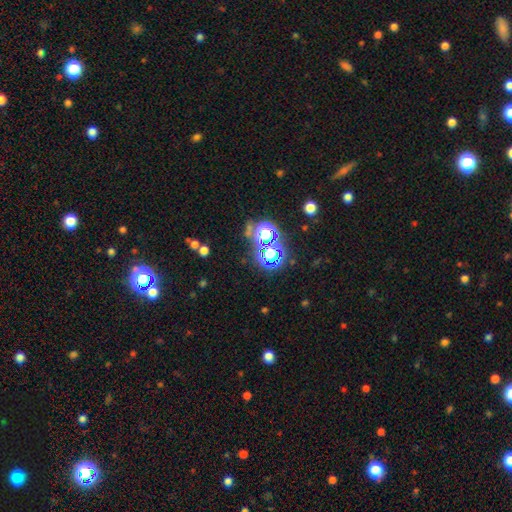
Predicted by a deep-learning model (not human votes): Smooth or featured: star or artifact — 75% (smooth — 16%)